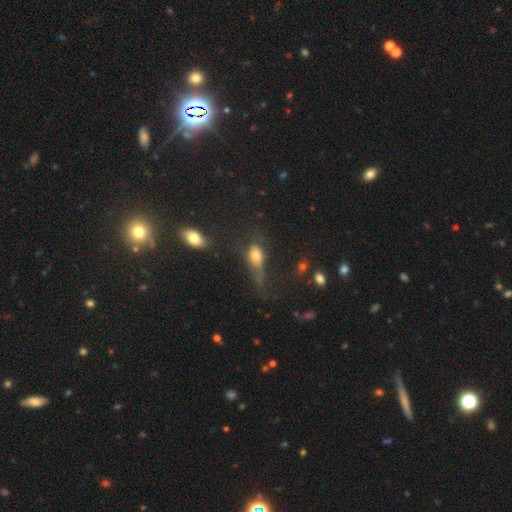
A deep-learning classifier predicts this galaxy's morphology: A smooth galaxy with no disk features (63%) that is in between round and cigar-shaped (72%). Merging: major disturbance (44%).